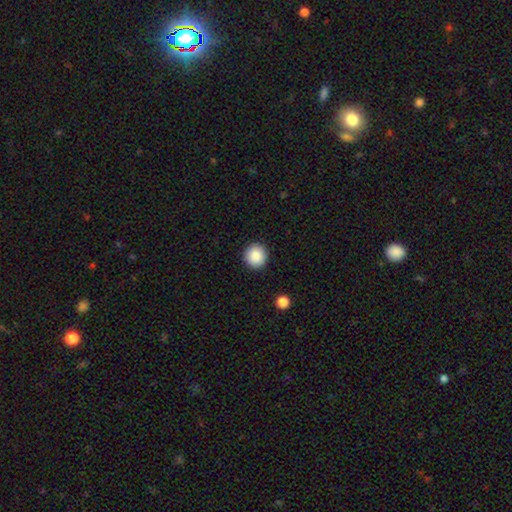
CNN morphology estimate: Q: Smooth or featured?
A: smooth (87%); runner-up: star or artifact (8%)
Q: How rounded?
A: round (95%); runner-up: in between (4%)
Q: Merging?
A: none (92%); runner-up: minor disturbance (5%)